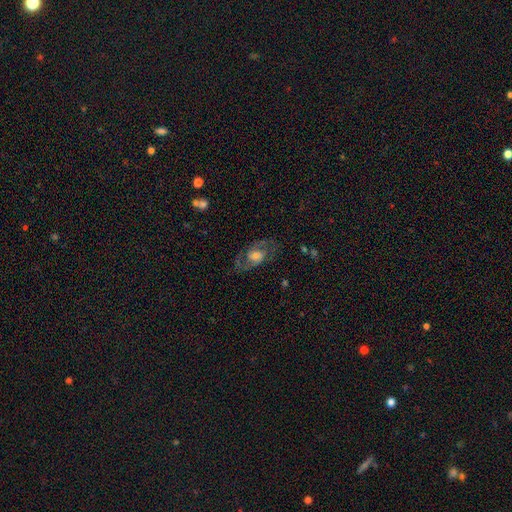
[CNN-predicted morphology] Smooth or featured: featured or disk — 72% (smooth — 19%)
Edge-on disk: no — 94% (yes — 6%)
Bar: no — 60% (weak — 33%)
Spiral arms: yes — 85% (no — 15%)
Spiral winding: medium — 54% (loose — 25%)
Spiral arm count: 2 — 85% (can't tell — 8%)
Bulge size: moderate — 44% (large — 26%)
Merging: none — 73% (minor disturbance — 15%)